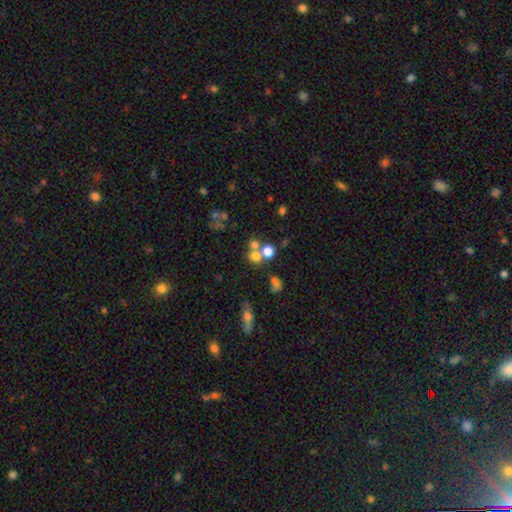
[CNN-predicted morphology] A smooth galaxy with no disk features (66%) that is round (82%). Merging: none (44%).